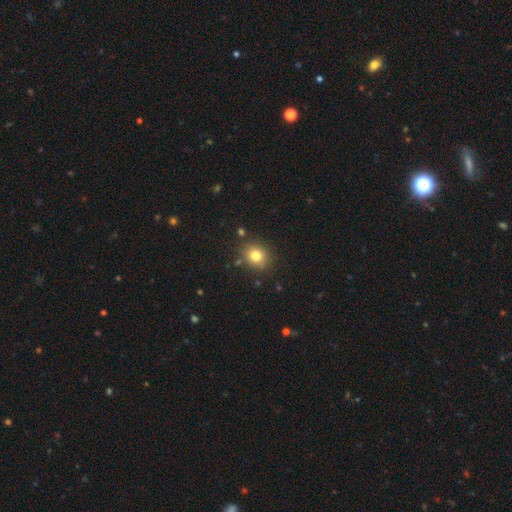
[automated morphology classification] This appears to be a smooth galaxy with no disk features (78%) that is round (70%). Merging: none (84%).